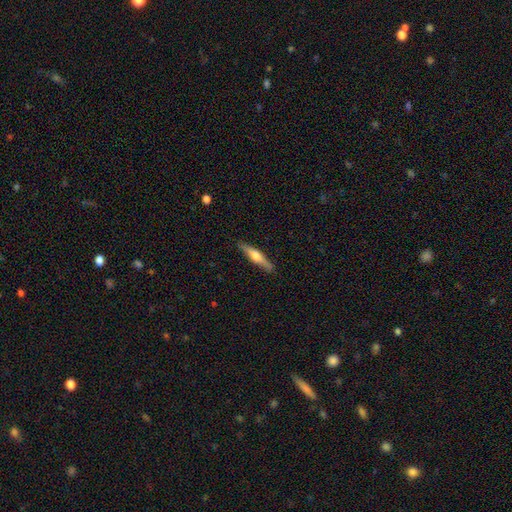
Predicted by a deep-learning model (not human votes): featured or disk 54%, smooth 41%, star or artifact 5%. Down the decision tree: edge-on disk — yes (95%); edge-on bulge — rounded (88%); merging — none (88%).